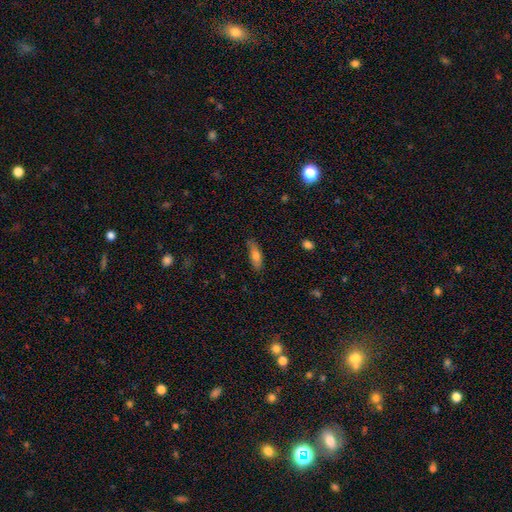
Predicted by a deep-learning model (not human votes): smooth-or-featured: smooth: 70% | featured or disk: 22% | star or artifact: 7%
  how-rounded: in between: 50% | cigar-shaped: 48% | round: 2%
  merging: none: 78% | minor disturbance: 17% | major disturbance: 3% | merger: 2%